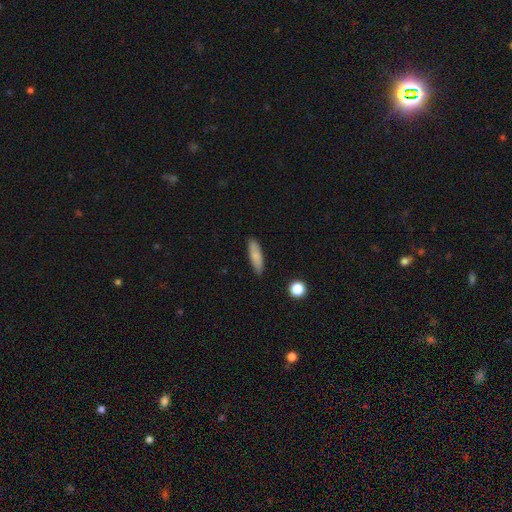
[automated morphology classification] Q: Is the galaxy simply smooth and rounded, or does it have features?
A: smooth — 81%.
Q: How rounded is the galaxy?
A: cigar-shaped — 59%.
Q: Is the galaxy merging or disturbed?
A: none — 86%.